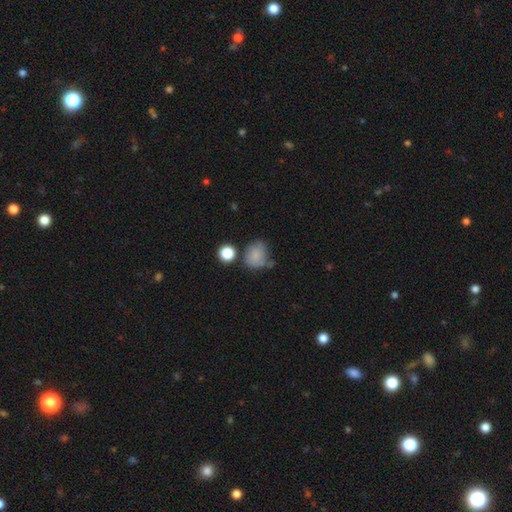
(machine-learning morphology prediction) smooth_or_featured: smooth (p=0.78) [alt: featured or disk p=0.12]
how_rounded: round (p=0.56) [alt: in between p=0.43]
merging: none (p=0.51) [alt: minor disturbance p=0.27]